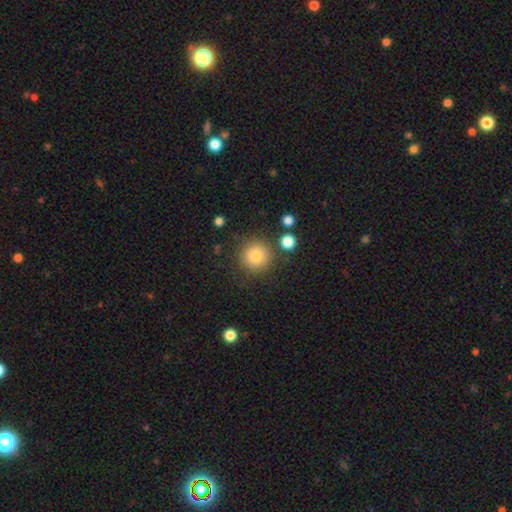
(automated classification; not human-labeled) Morphology: type=smooth (82%); roundness=round (95%); merging=none (86%).